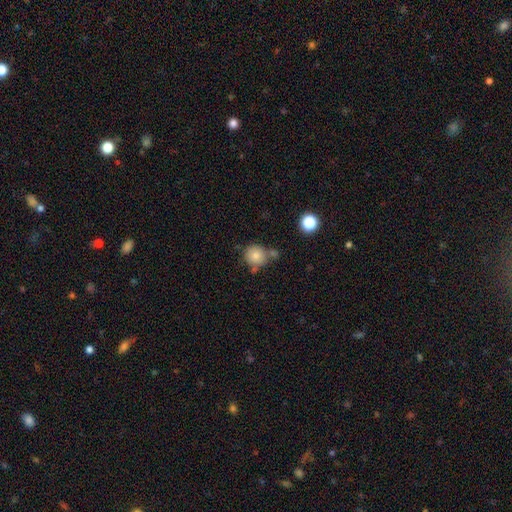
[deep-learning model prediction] The model was most divided on "merging": none: 62%, merger: 20%, minor disturbance: 14%, major disturbance: 4%. More confident: how rounded — round (91%); smooth or featured — smooth (81%).